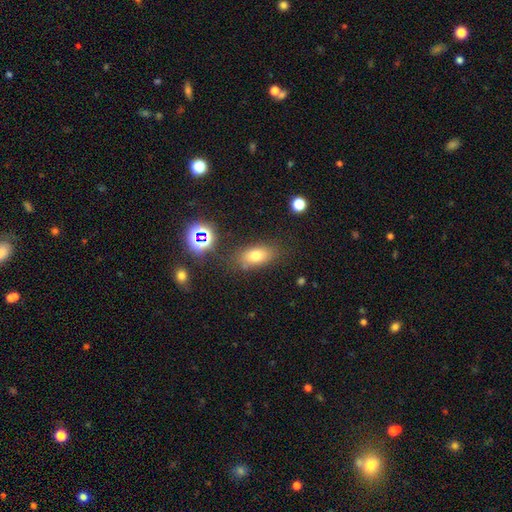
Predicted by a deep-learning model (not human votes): Smooth or featured? smooth (71%)
How rounded? in between (83%)
Merging? none (75%)